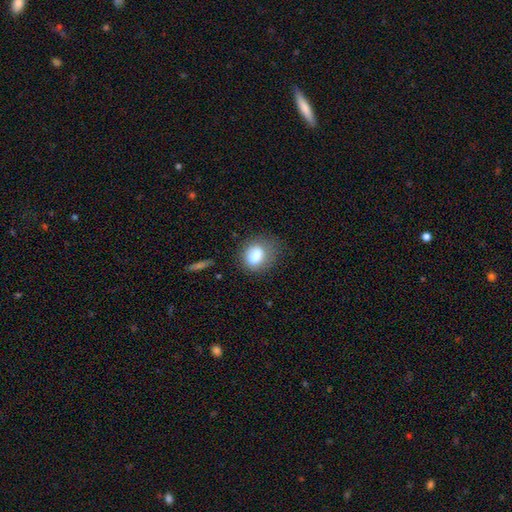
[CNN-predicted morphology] Q: Smooth or featured?
A: smooth (77%); runner-up: featured or disk (14%)
Q: How rounded?
A: in between (52%); runner-up: round (46%)
Q: Merging?
A: none (54%); runner-up: minor disturbance (25%)